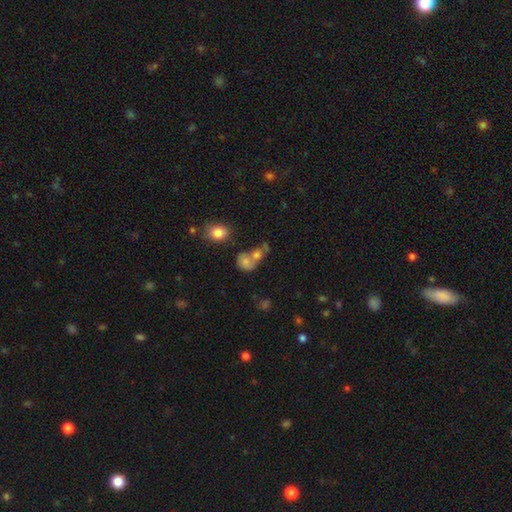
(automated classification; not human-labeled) Smooth or featured: smooth — 58% (star or artifact — 23%)
How rounded: round — 56% (in between — 41%)
Merging: merger — 44% (none — 37%)